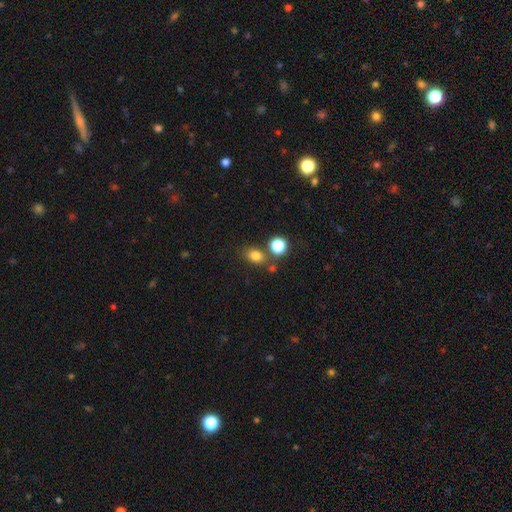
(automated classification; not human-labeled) This appears to be a smooth galaxy with no disk features (79%) that is in between round and cigar-shaped (59%). Merging: none (70%).